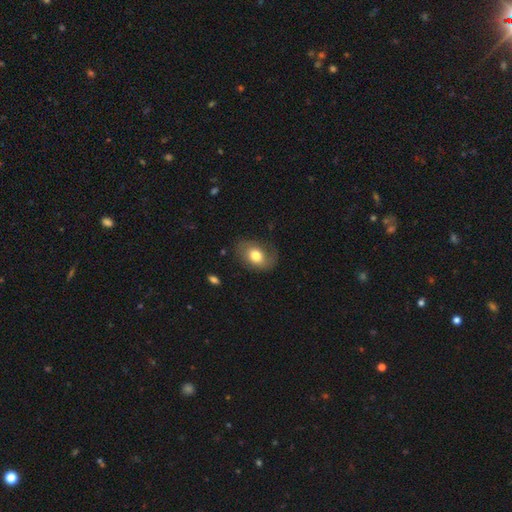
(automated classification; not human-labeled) Overall: smooth (67%). How rounded: in between (75%). Merging: none (68%).